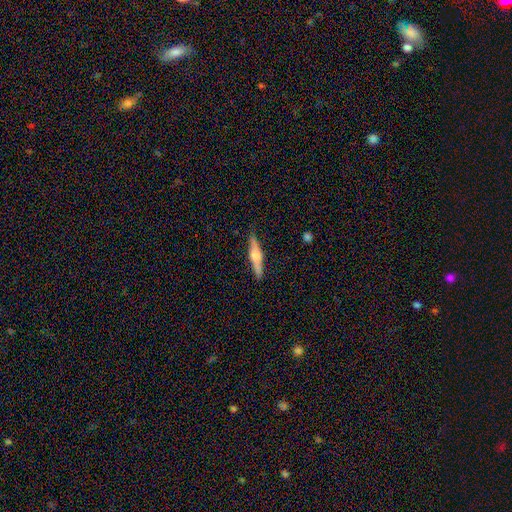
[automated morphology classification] Smooth or featured: featured or disk — 63% (smooth — 31%)
Edge-on disk: yes — 97% (no — 3%)
Edge-on bulge: rounded — 84% (boxy — 12%)
Merging: none — 89% (minor disturbance — 8%)